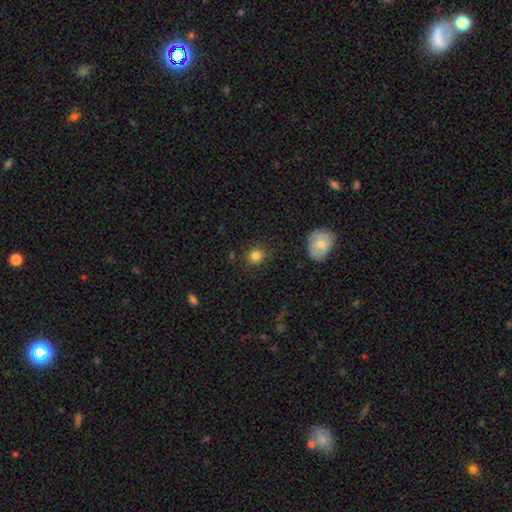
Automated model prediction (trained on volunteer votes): The model was most divided on "how rounded": round: 76%, in between: 23%, cigar-shaped: 1%. More confident: smooth or featured — smooth (84%); merging — none (84%).